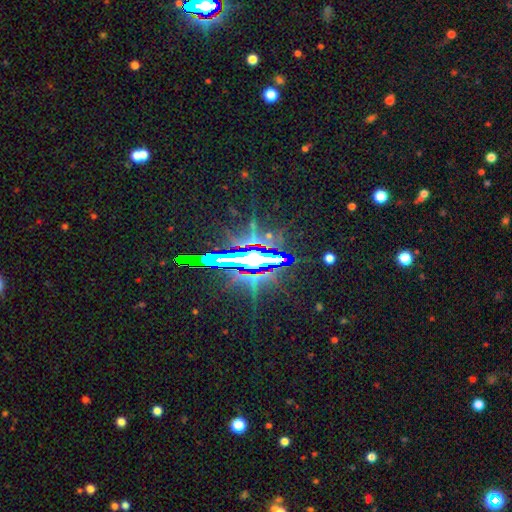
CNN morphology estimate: A star or artifact, not a galaxy (78%).